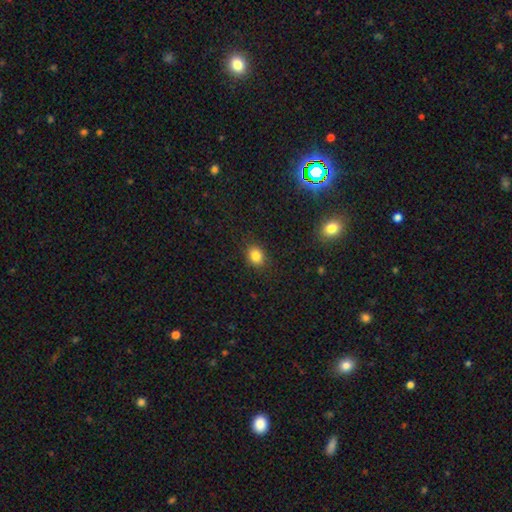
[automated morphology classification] A smooth galaxy with no disk features (83%) that is round (64%). Merging: none (87%).